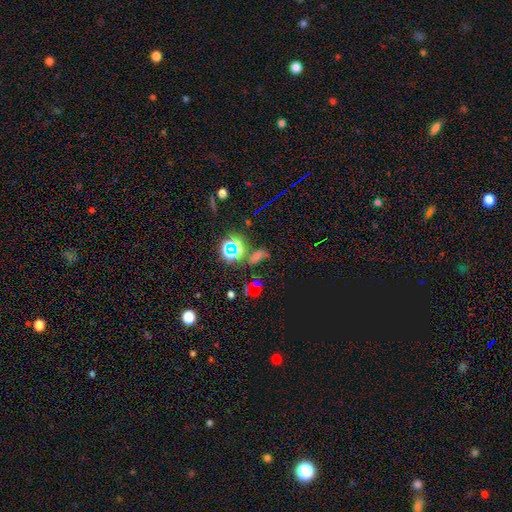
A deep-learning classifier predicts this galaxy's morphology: star or artifact 64%, smooth 26%, featured or disk 10%.